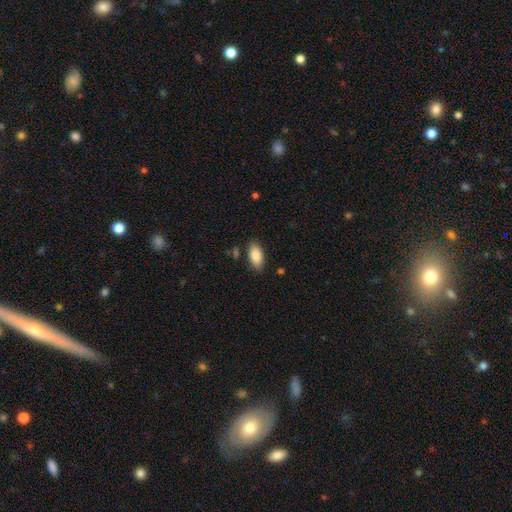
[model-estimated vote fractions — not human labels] A smooth galaxy with no disk features (86%) that is in between round and cigar-shaped (91%).

Vote fractions:
- Smooth or featured? smooth: 86% / featured or disk: 7% / star or artifact: 7%
- How rounded? in between: 91% / cigar-shaped: 7% / round: 3%
- Merging? none: 83% / minor disturbance: 12% / major disturbance: 3% / merger: 2%